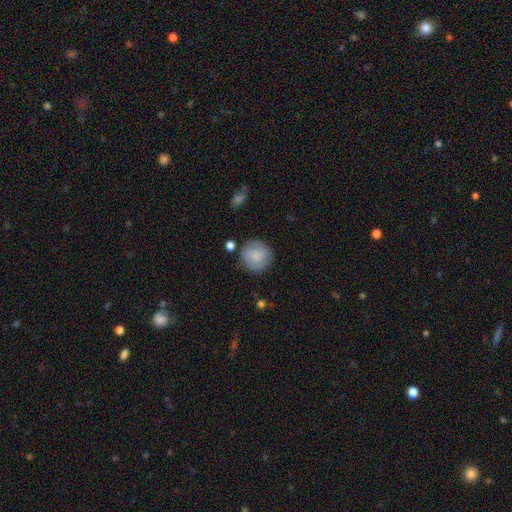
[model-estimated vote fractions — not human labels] The model was most divided on "smooth or featured": smooth: 70%, featured or disk: 23%, star or artifact: 7%. More confident: how rounded — round (92%); merging — none (82%).